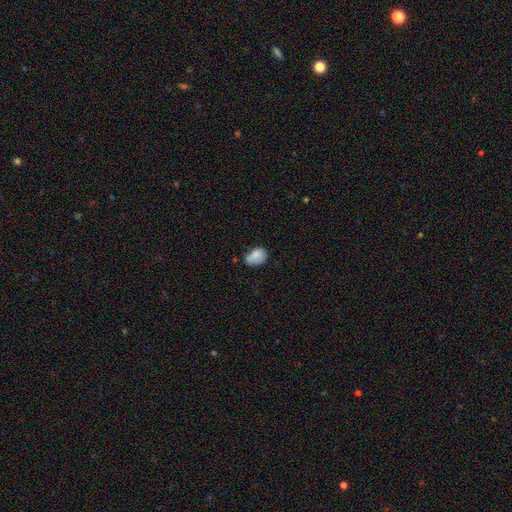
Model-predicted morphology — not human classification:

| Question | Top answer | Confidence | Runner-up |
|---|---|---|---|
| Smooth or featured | smooth | 80% | featured or disk (11%) |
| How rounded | in between | 77% | round (22%) |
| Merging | none | 45% | minor disturbance (37%) |